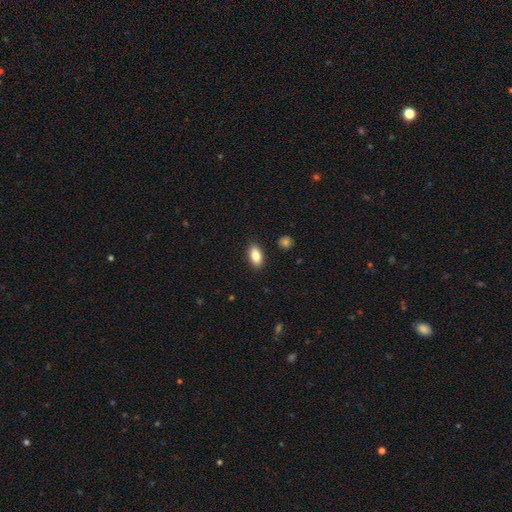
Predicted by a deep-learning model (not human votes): smooth_or_featured: smooth (p=0.86) [alt: featured or disk p=0.07]
how_rounded: in between (p=0.91) [alt: cigar-shaped p=0.05]
merging: none (p=0.89) [alt: minor disturbance p=0.08]